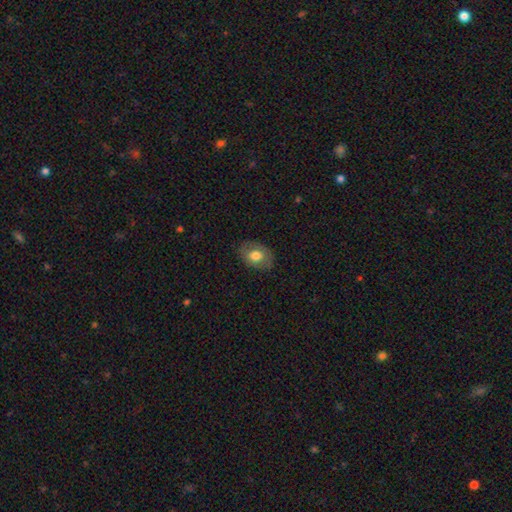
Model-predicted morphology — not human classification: A smooth galaxy with no disk features (71%) that is in between round and cigar-shaped (71%). Merging: none (81%).